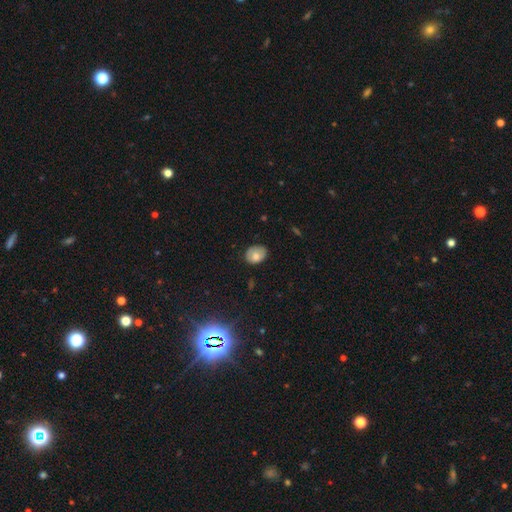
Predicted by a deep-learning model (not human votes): Smooth or featured: smooth — 73% (featured or disk — 17%)
How rounded: in between — 61% (round — 38%)
Merging: none — 70% (minor disturbance — 24%)